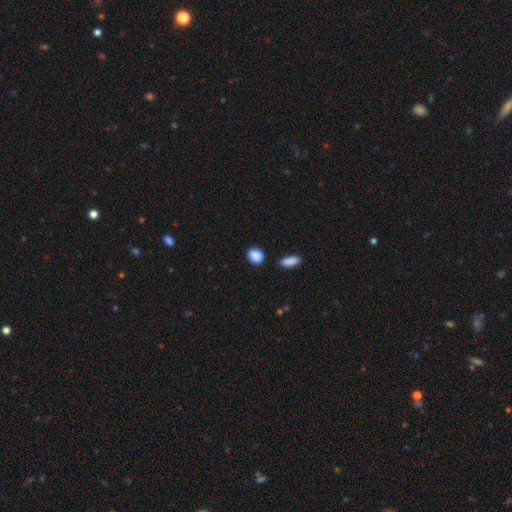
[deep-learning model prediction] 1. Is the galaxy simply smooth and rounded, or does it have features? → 89% smooth, 7% star or artifact, 3% featured or disk.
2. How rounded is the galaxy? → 57% in between, 40% round, 2% cigar-shaped.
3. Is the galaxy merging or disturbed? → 83% none, 10% minor disturbance, 5% merger, 2% major disturbance.